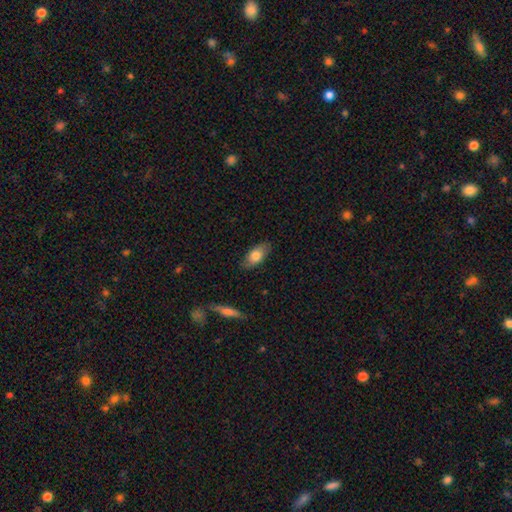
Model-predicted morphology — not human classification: Smooth or featured? smooth (75%)
How rounded? in between (88%)
Merging? none (83%)